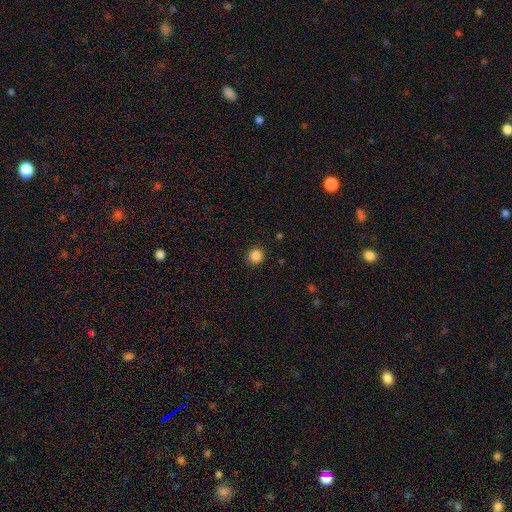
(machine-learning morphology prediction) A smooth galaxy with no disk features (86%) that is round (88%). Merging: none (91%).